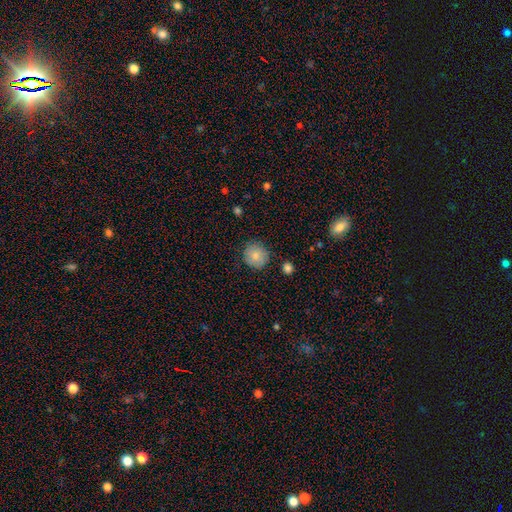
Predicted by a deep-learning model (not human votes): Q: Smooth or featured?
A: smooth (83%); runner-up: featured or disk (9%)
Q: How rounded?
A: round (89%); runner-up: in between (10%)
Q: Merging?
A: none (83%); runner-up: minor disturbance (12%)